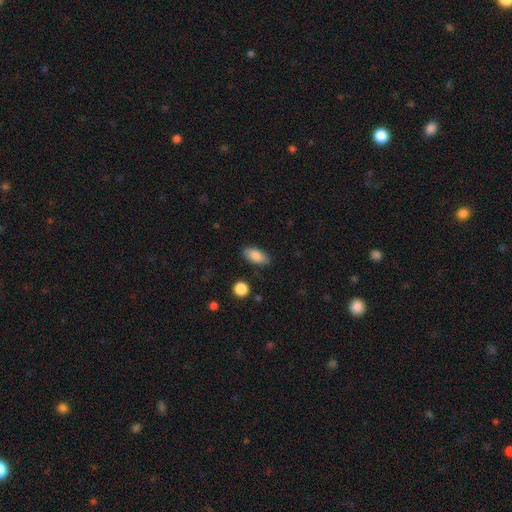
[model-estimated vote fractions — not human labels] smooth 86%, star or artifact 7%, featured or disk 7%. Down the decision tree: how rounded — in between (88%); merging — none (85%).